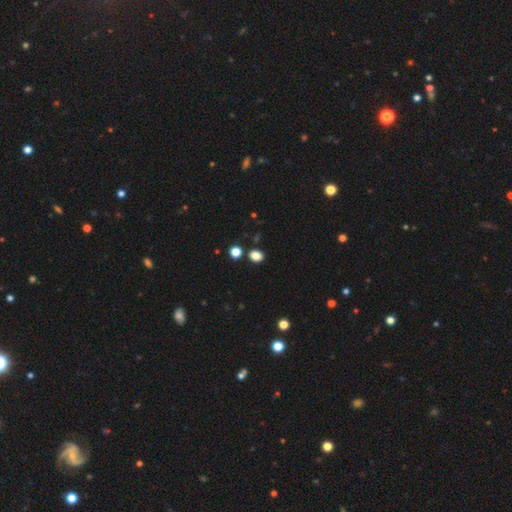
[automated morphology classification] smooth_or_featured: smooth (p=0.83) [alt: star or artifact p=0.13]
how_rounded: round (p=0.50) [alt: in between p=0.49]
merging: none (p=0.84) [alt: minor disturbance p=0.08]